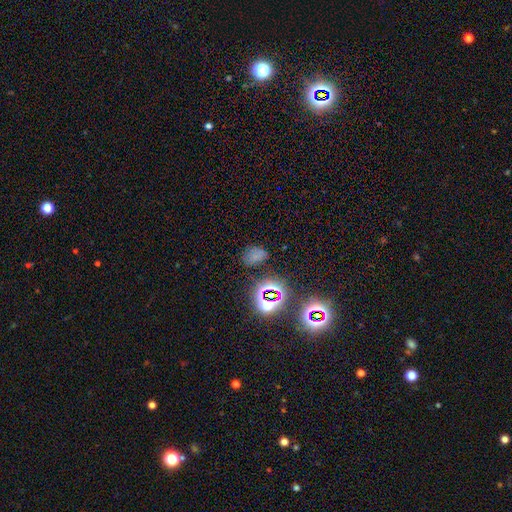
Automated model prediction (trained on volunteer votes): This is possibly a smooth galaxy (49%). Merging: likely none (68%).